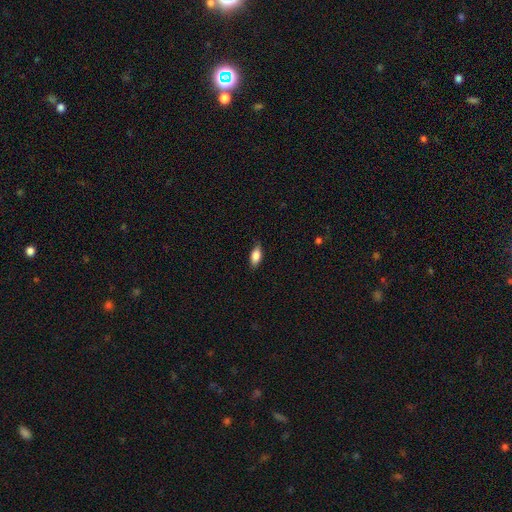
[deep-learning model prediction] Smooth or featured?
  - smooth: 82% *
  - featured or disk: 11%
  - star or artifact: 7%
How rounded?
  - in between: 86% *
  - cigar-shaped: 10%
  - round: 4%
Merging?
  - none: 83% *
  - minor disturbance: 14%
  - major disturbance: 3%
  - merger: 1%